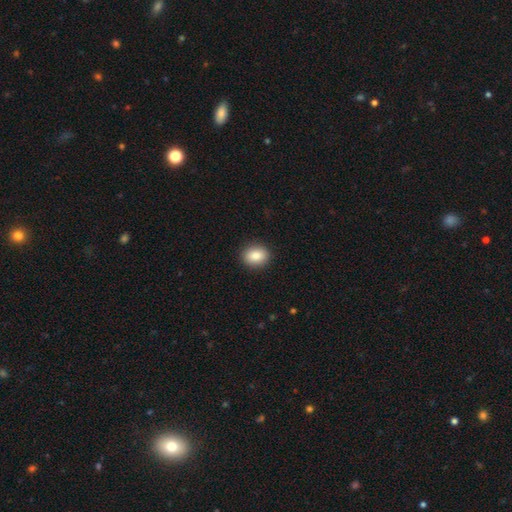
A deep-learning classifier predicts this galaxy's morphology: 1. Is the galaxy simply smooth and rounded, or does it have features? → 86% smooth, 8% star or artifact, 6% featured or disk.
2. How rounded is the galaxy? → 53% round, 46% in between, 1% cigar-shaped.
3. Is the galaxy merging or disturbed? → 91% none, 6% minor disturbance, 2% major disturbance, 1% merger.